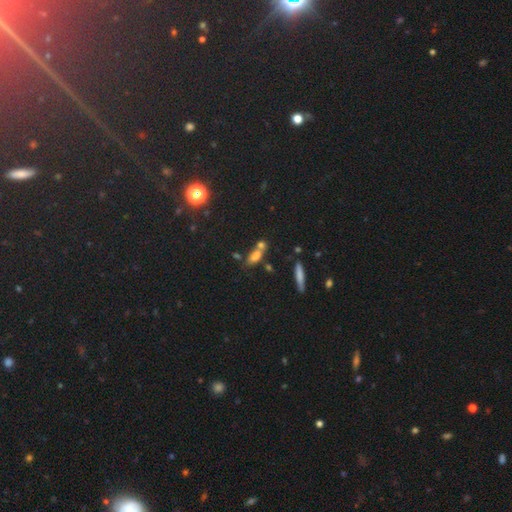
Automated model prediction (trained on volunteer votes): Morphology: type=smooth (70%); roundness=in between (64%); merging=merger (43%).